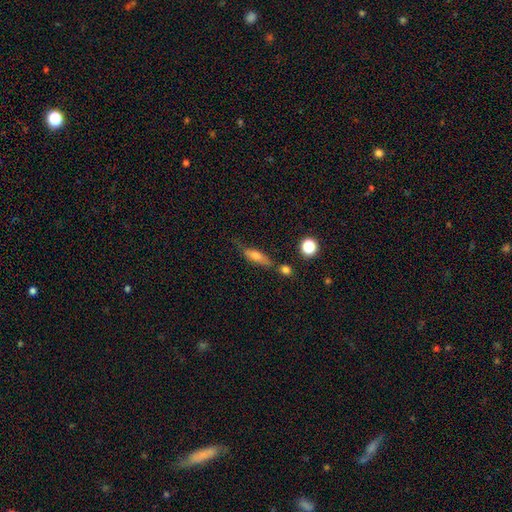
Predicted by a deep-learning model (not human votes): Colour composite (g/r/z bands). It shows a smooth galaxy with no disk features (56%) that is cigar-shaped (55%). Merging: none (60%).